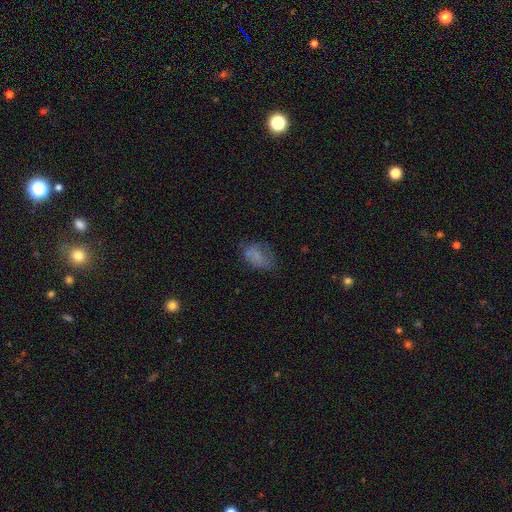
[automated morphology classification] The model was most divided on "merging": none: 47%, minor disturbance: 29%, major disturbance: 20%, merger: 4%. More confident: how rounded — in between (86%); smooth or featured — smooth (67%).